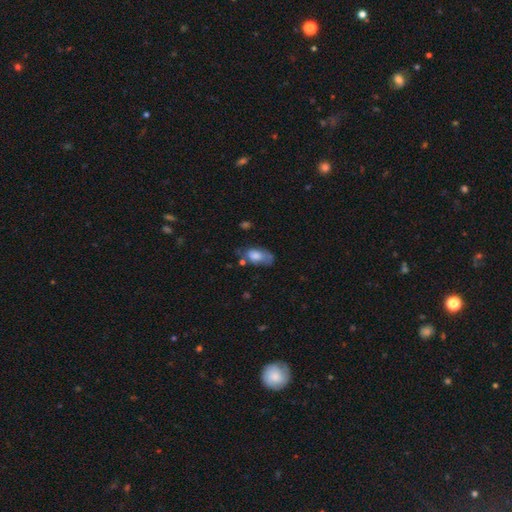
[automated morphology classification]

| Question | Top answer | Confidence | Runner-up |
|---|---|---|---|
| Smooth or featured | smooth | 68% | featured or disk (24%) |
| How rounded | in between | 90% | round (5%) |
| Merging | none | 42% | minor disturbance (32%) |